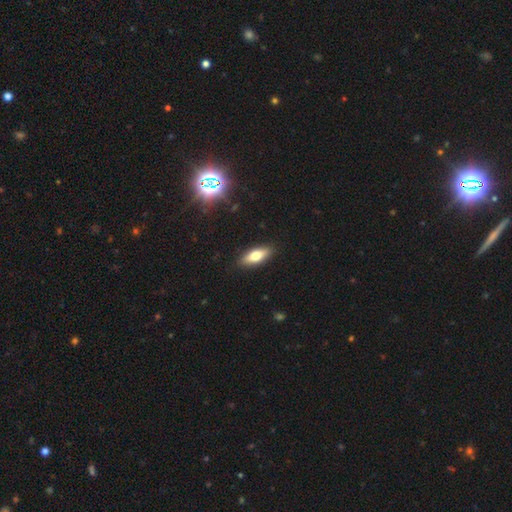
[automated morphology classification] Overall: smooth (72%). How rounded: in between (72%). Merging: none (89%).